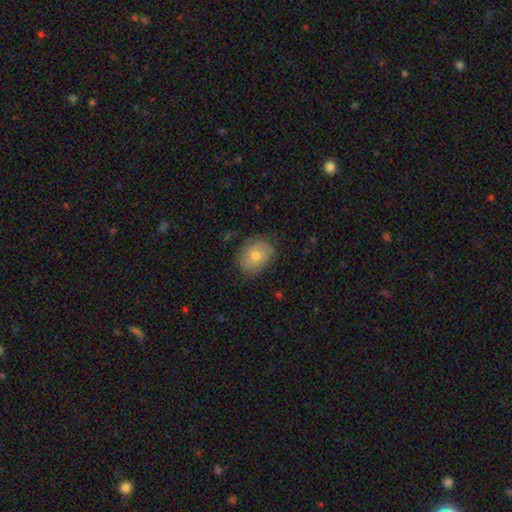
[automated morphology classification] A smooth galaxy with no disk features (71%) that is in between round and cigar-shaped (59%).

Vote fractions:
- Smooth or featured? smooth: 71% / featured or disk: 20% / star or artifact: 9%
- How rounded? in between: 59% / round: 40% / cigar-shaped: 1%
- Merging? none: 76% / minor disturbance: 18% / major disturbance: 4% / merger: 1%